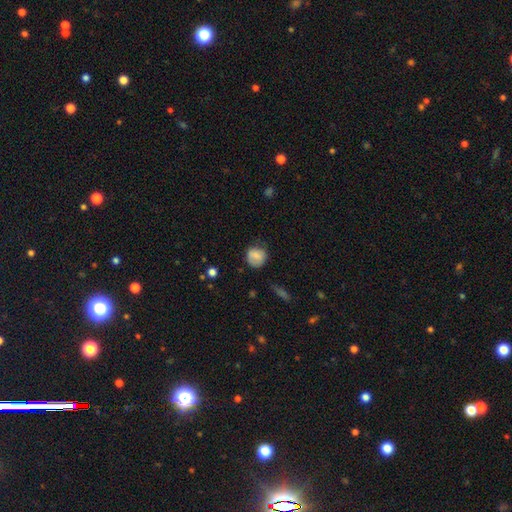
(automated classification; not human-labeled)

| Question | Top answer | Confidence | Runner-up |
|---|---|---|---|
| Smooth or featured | smooth | 78% | featured or disk (14%) |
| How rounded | round | 81% | in between (18%) |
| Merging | none | 65% | minor disturbance (26%) |